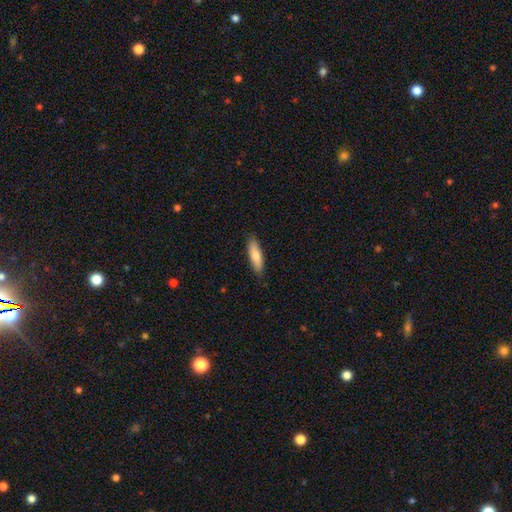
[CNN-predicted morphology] This is likely a smooth galaxy (79%). How rounded: possibly cigar-shaped (59%). Merging: clearly none (87%).